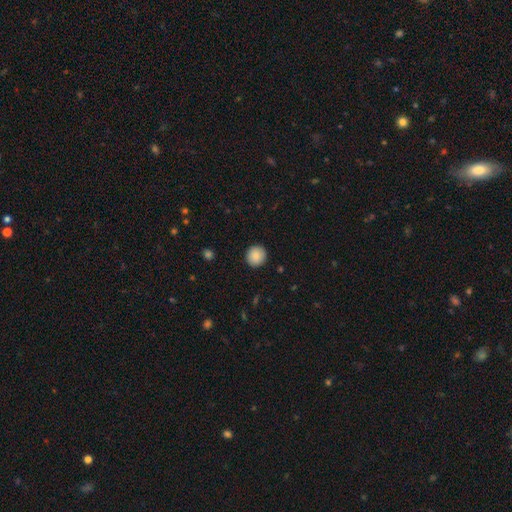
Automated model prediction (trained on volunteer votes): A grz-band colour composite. It shows a smooth galaxy with no disk features (86%) that is round (94%). Merging: none (92%).